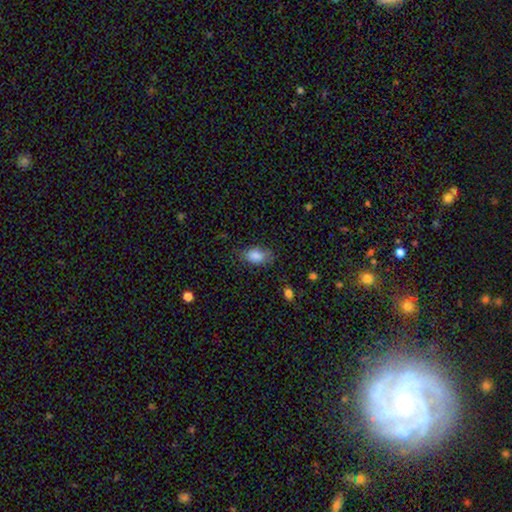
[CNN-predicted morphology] smooth_or_featured: smooth (p=0.86) [alt: star or artifact p=0.08]
how_rounded: in between (p=0.90) [alt: round p=0.08]
merging: none (p=0.74) [alt: minor disturbance p=0.19]